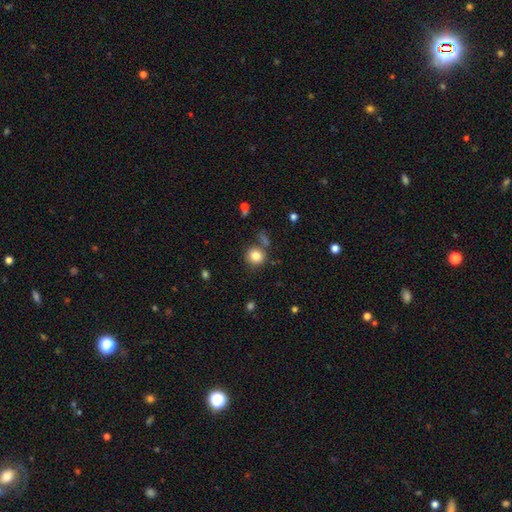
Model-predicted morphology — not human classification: Smooth or featured? Predicted: smooth (p=0.83). How rounded? Predicted: round (p=0.87). Merging? Predicted: none (p=0.75).